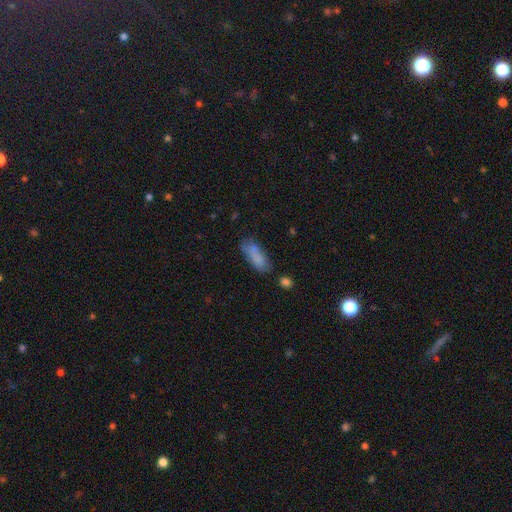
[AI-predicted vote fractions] Smooth or featured? smooth (79%)
How rounded? in between (67%)
Merging? none (57%)